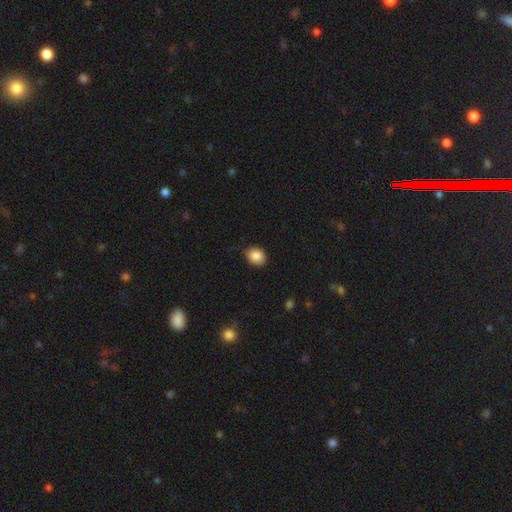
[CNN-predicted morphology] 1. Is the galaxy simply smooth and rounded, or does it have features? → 86% smooth, 9% star or artifact, 5% featured or disk.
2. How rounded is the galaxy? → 50% round, 49% in between, 1% cigar-shaped.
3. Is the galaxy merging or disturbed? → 84% none, 12% minor disturbance, 2% major disturbance, 1% merger.